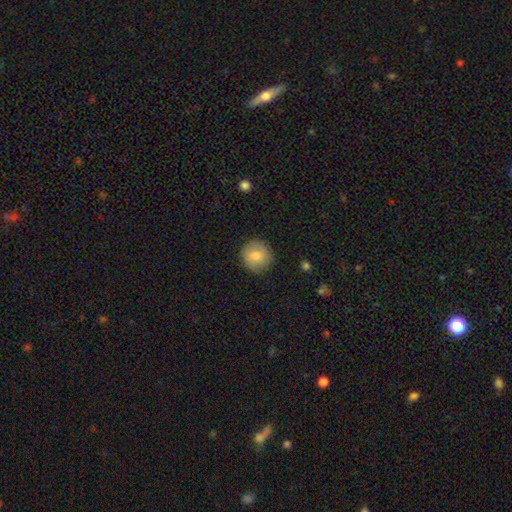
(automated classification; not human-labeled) Overall: smooth (75%). How rounded: round (93%). Merging: none (89%).